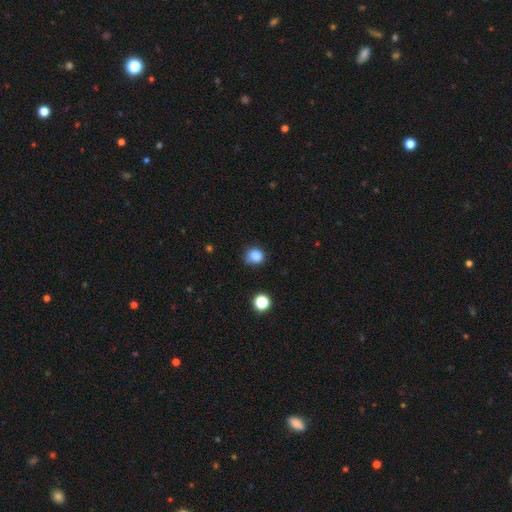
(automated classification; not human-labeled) This is clearly a smooth galaxy (83%). How rounded: likely round (77%). Merging: likely none (62%).